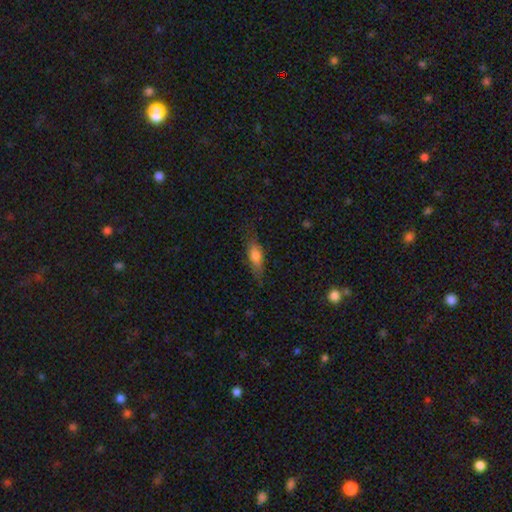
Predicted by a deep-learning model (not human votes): smooth 69%, featured or disk 22%, star or artifact 9%. Down the decision tree: how rounded — in between (66%); merging — none (66%).